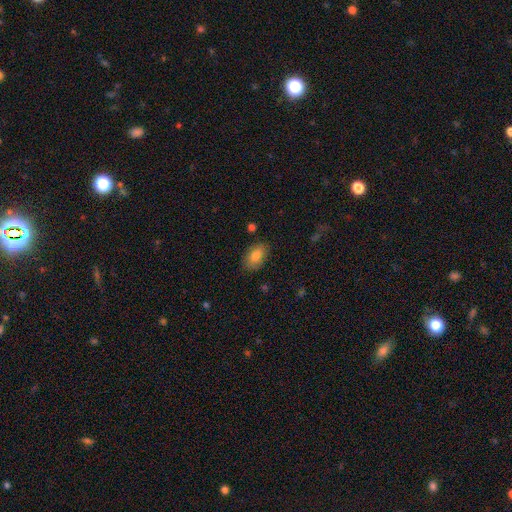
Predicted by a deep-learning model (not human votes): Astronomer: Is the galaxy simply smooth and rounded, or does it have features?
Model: smooth — 81%.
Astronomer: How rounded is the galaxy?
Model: in between — 91%.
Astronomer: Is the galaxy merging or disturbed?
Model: none — 84%.